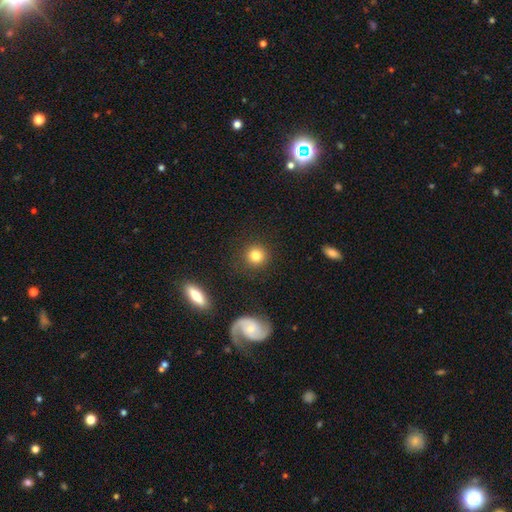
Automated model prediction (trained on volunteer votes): Smooth or featured?
  - smooth: 81% *
  - star or artifact: 11%
  - featured or disk: 8%
How rounded?
  - round: 92% *
  - in between: 7%
  - cigar-shaped: 1%
Merging?
  - none: 88% *
  - minor disturbance: 7%
  - major disturbance: 3%
  - merger: 2%